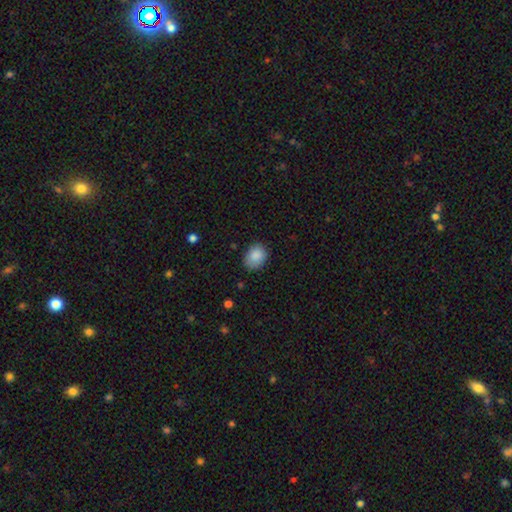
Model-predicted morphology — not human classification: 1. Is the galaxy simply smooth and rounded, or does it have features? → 88% smooth, 8% star or artifact, 5% featured or disk.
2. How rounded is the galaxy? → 61% in between, 38% round, 1% cigar-shaped.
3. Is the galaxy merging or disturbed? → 76% none, 19% minor disturbance, 4% major disturbance, 1% merger.